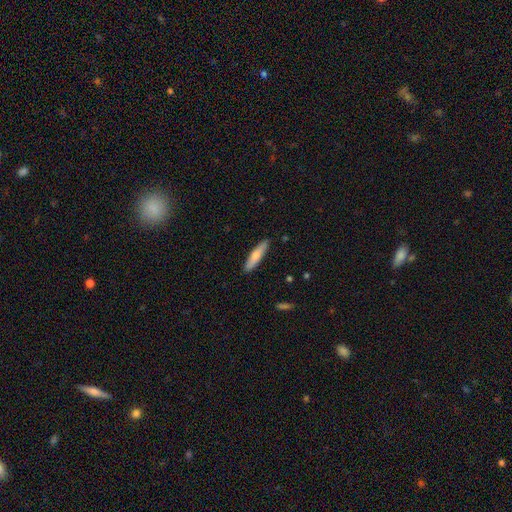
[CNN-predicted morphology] The model was most divided on "smooth or featured": smooth: 65%, featured or disk: 29%, star or artifact: 5%. More confident: merging — none (89%); how rounded — cigar-shaped (81%).